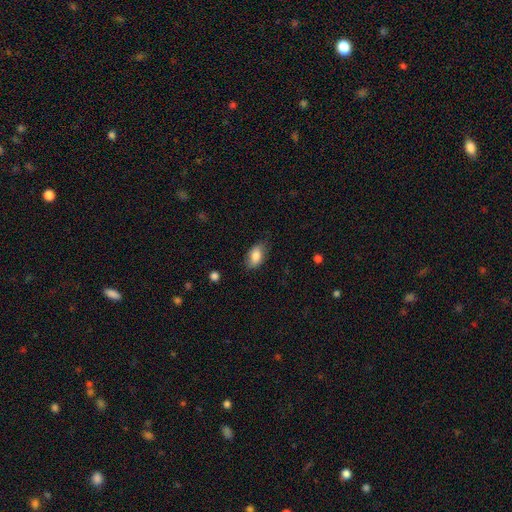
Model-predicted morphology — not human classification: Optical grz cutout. It shows a smooth galaxy with no disk features (83%) that is in between round and cigar-shaped (91%). Merging: none (79%).